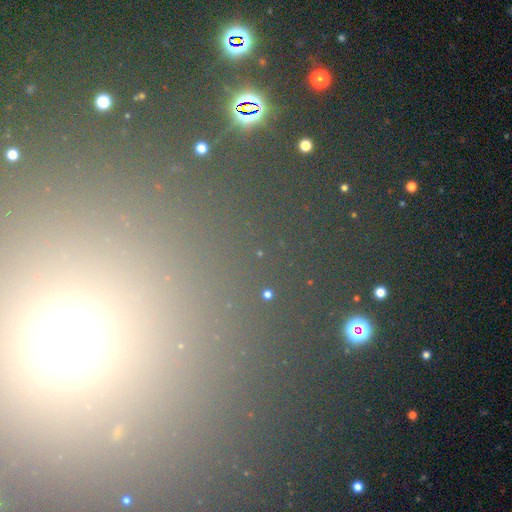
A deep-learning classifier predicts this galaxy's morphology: A star or artifact, not a galaxy (63%).

Vote fractions:
- Smooth or featured? star or artifact: 63% / smooth: 29% / featured or disk: 8%